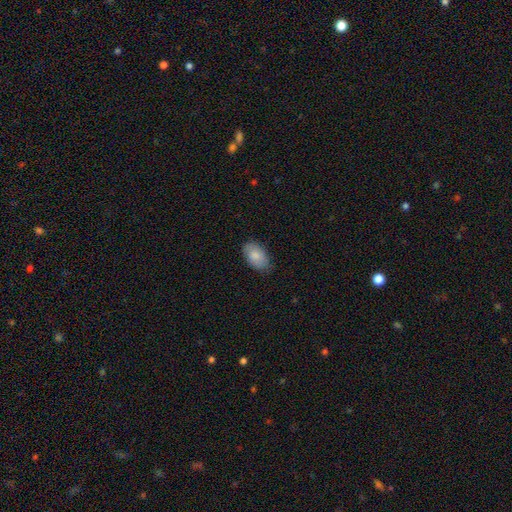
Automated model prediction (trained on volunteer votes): Smooth or featured?
  - smooth: 81% *
  - featured or disk: 12%
  - star or artifact: 6%
How rounded?
  - in between: 93% *
  - round: 6%
  - cigar-shaped: 1%
Merging?
  - none: 78% *
  - minor disturbance: 18%
  - major disturbance: 3%
  - merger: 1%